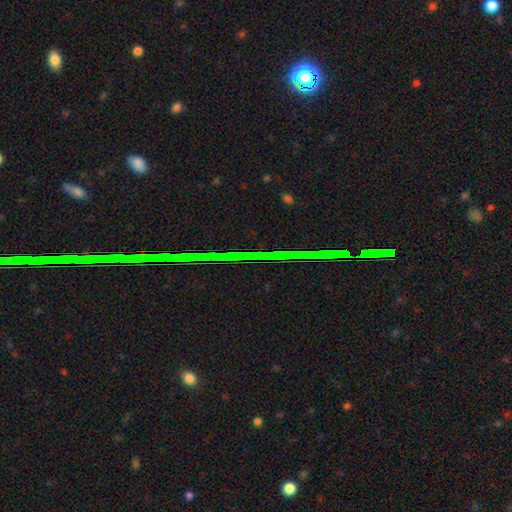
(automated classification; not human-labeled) The model was most divided on "smooth or featured": star or artifact: 84%, featured or disk: 10%, smooth: 7%.